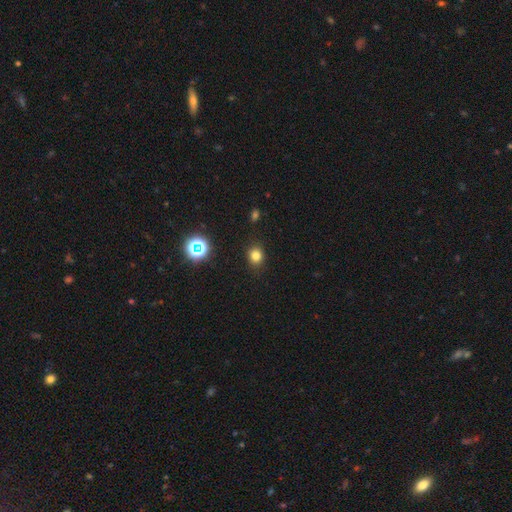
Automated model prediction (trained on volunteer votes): This is likely a smooth galaxy (78%). How rounded: likely round (72%). Merging: clearly none (88%).